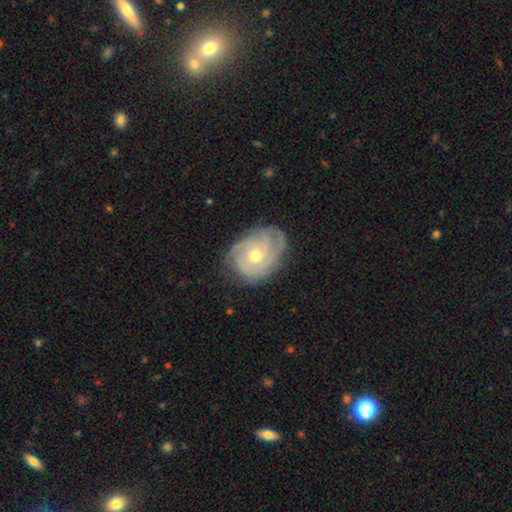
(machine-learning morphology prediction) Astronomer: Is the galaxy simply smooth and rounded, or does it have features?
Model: featured or disk — 83%.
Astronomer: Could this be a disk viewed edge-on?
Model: no — 97%.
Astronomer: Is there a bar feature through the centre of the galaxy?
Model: no — 80%.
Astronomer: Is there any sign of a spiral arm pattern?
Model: yes — 95%.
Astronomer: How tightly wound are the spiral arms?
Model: tight — 72%.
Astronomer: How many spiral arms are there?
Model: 3 — 32% (runner-up: can't tell, 27%).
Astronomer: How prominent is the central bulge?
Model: moderate — 59% (runner-up: small, 38%).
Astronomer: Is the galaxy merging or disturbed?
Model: none — 73%.